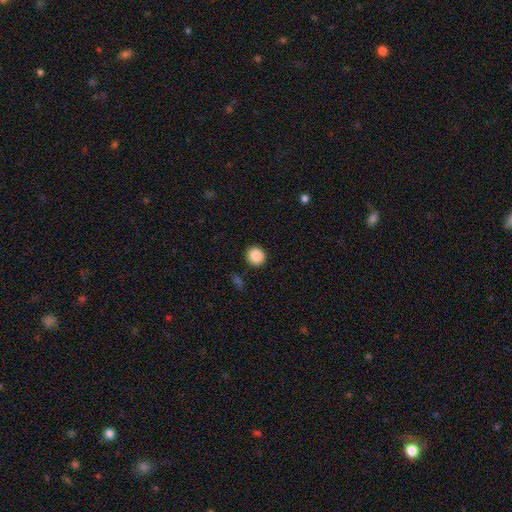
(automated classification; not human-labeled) Smooth or featured: smooth — 88% (star or artifact — 9%)
How rounded: round — 90% (in between — 9%)
Merging: none — 91% (minor disturbance — 6%)